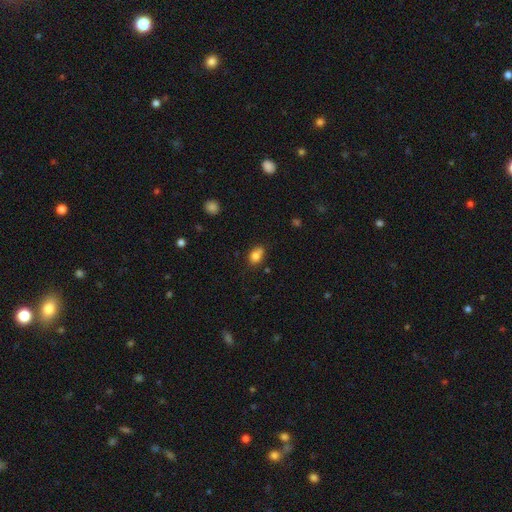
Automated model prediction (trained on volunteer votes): The model was most divided on "how rounded": in between: 61%, round: 37%, cigar-shaped: 2%. More confident: smooth or featured — smooth (79%); merging — none (53%).